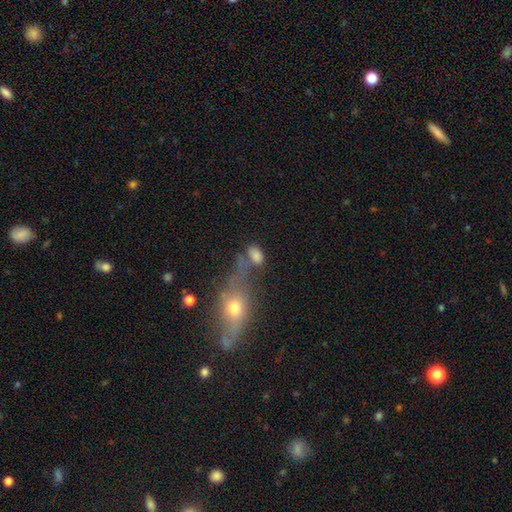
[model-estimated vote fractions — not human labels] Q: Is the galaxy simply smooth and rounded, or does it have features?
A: smooth — 71%.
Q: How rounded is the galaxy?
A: in between — 80%.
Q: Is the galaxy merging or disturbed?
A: none — 45%.